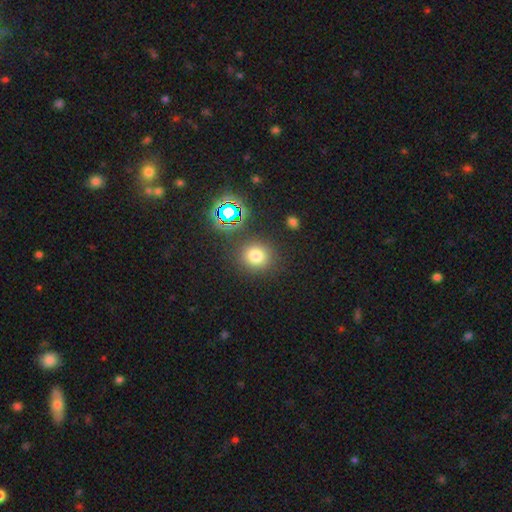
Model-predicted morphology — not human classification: smooth 72%, star or artifact 21%, featured or disk 7%. Down the decision tree: how rounded — round (83%); merging — none (84%).